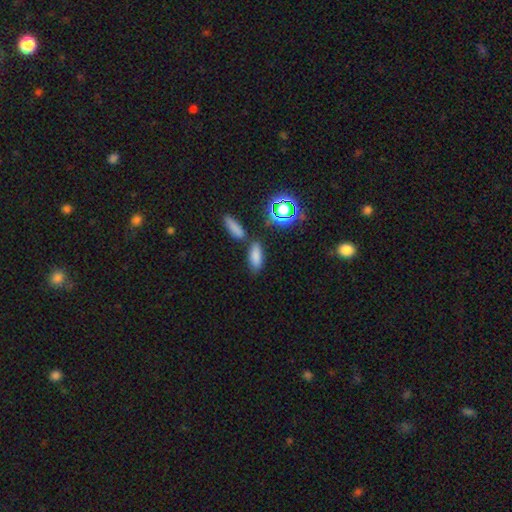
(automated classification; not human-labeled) Smooth or featured?
  - smooth: 78% *
  - star or artifact: 15%
  - featured or disk: 7%
How rounded?
  - in between: 69% *
  - cigar-shaped: 27%
  - round: 5%
Merging?
  - none: 68% *
  - merger: 17%
  - minor disturbance: 11%
  - major disturbance: 4%